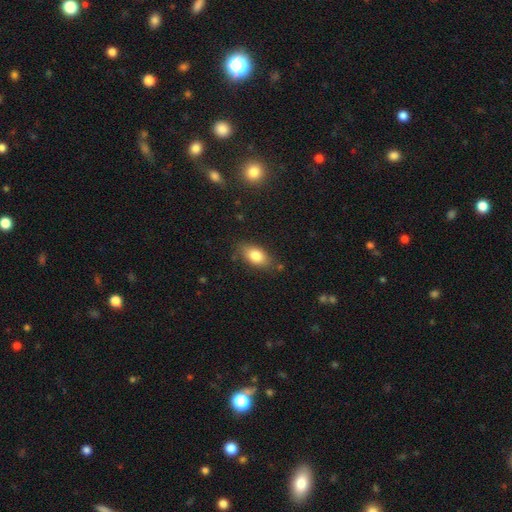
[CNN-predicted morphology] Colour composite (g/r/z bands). It shows a smooth galaxy with no disk features (81%) that is in between round and cigar-shaped (88%). Merging: none (78%).